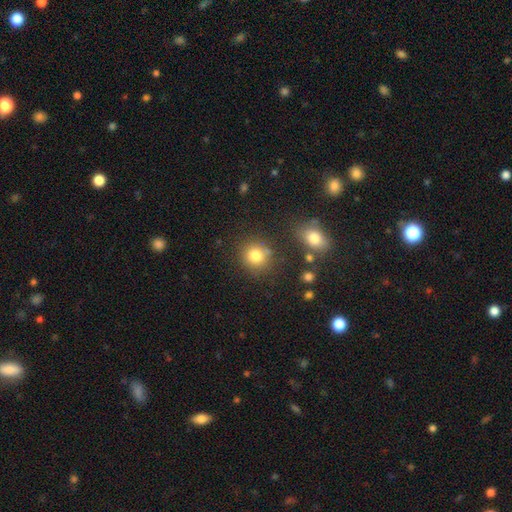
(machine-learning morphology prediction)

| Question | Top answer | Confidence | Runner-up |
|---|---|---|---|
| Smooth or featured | smooth | 80% | star or artifact (12%) |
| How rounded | round | 87% | in between (12%) |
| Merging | none | 78% | minor disturbance (11%) |